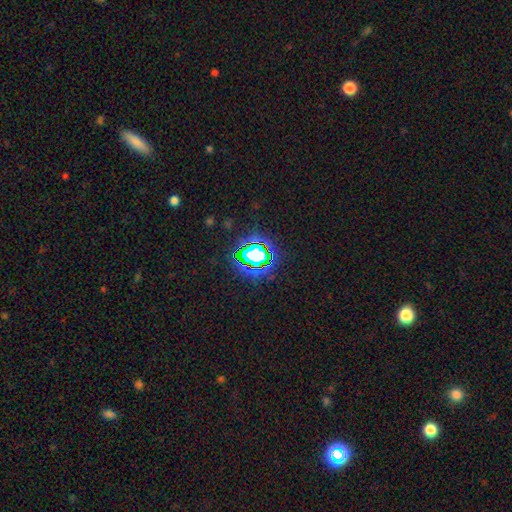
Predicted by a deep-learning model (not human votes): This is likely a star or artifact rather than a galaxy (66%).